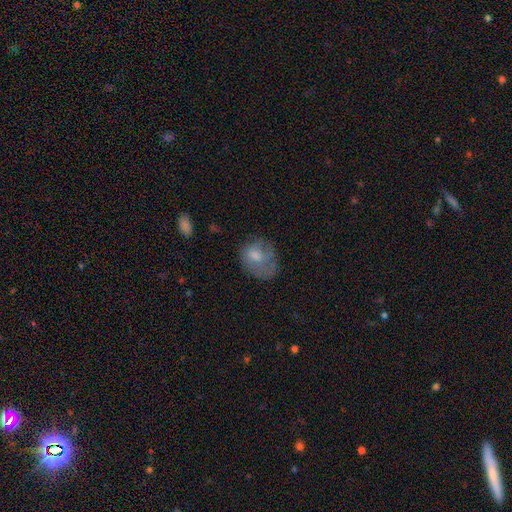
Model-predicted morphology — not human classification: A smooth galaxy with no disk features (60%) that is round (57%).

Vote fractions:
- Smooth or featured? smooth: 60% / featured or disk: 29% / star or artifact: 10%
- How rounded? round: 57% / in between: 42% / cigar-shaped: 1%
- Merging? none: 48% / minor disturbance: 28% / major disturbance: 22% / merger: 2%